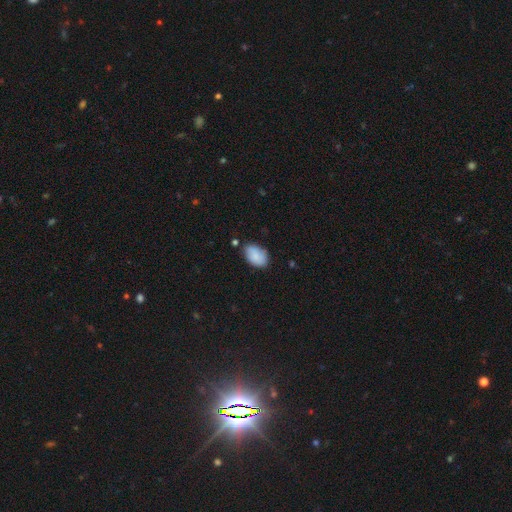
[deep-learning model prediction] This appears to be a smooth galaxy with no disk features (85%) that is in between round and cigar-shaped (91%). Merging: none (74%).